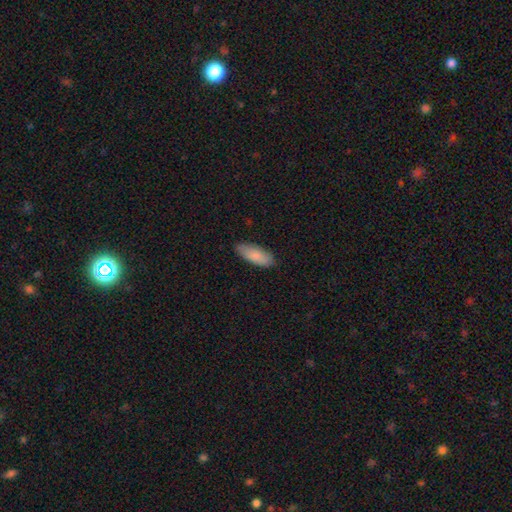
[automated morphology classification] smooth 86%, featured or disk 8%, star or artifact 5%. Down the decision tree: how rounded — in between (77%); merging — none (84%).